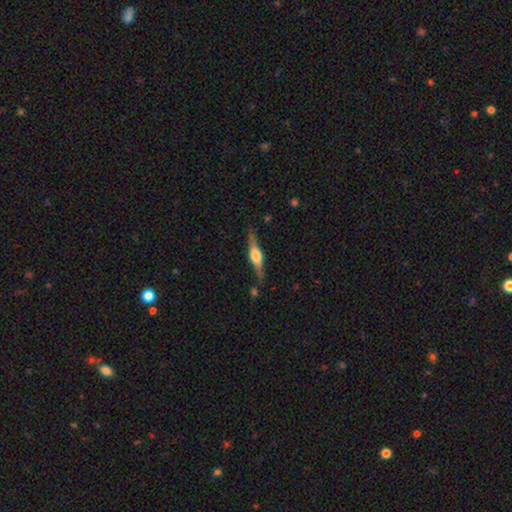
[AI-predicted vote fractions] Smooth or featured?
  - featured or disk: 77% *
  - smooth: 17%
  - star or artifact: 6%
Edge-on disk?
  - yes: 97% *
  - no: 3%
Edge-on bulge?
  - rounded: 88% *
  - boxy: 10%
  - none: 2%
Merging?
  - none: 83% *
  - minor disturbance: 12%
  - major disturbance: 3%
  - merger: 3%